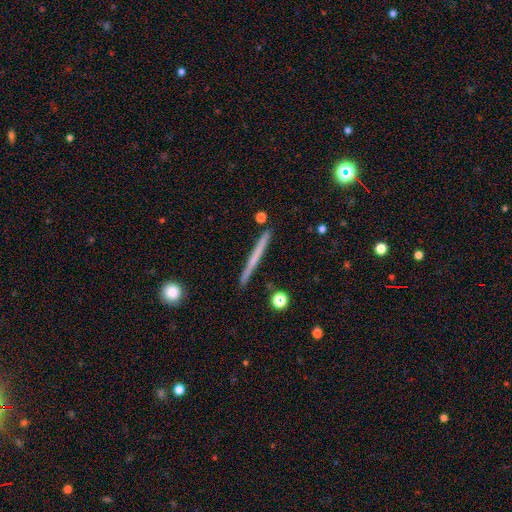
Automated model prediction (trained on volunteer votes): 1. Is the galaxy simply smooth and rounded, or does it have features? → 49% smooth, 44% featured or disk, 7% star or artifact.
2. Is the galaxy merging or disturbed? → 90% none, 7% minor disturbance, 2% merger, 1% major disturbance.